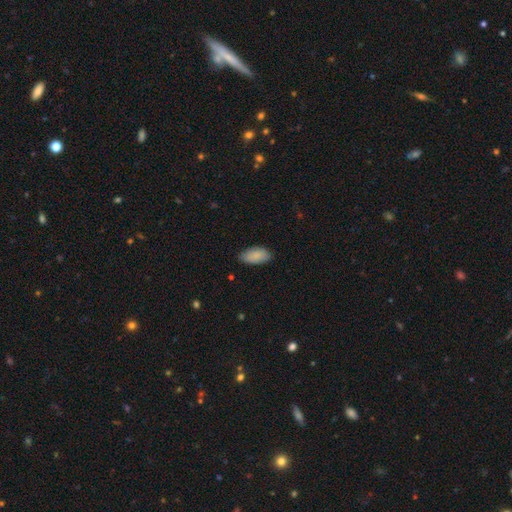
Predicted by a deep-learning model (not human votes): Smooth or featured: smooth — 88% (star or artifact — 6%)
How rounded: in between — 94% (cigar-shaped — 4%)
Merging: none — 76% (minor disturbance — 20%)